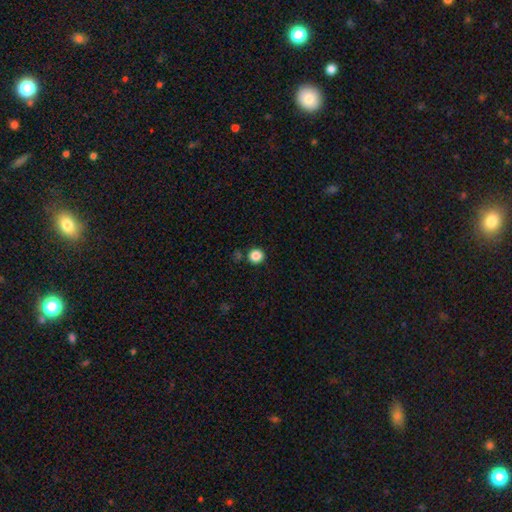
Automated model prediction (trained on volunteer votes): A smooth galaxy with no disk features (86%) that is round (94%). Merging: none (88%).